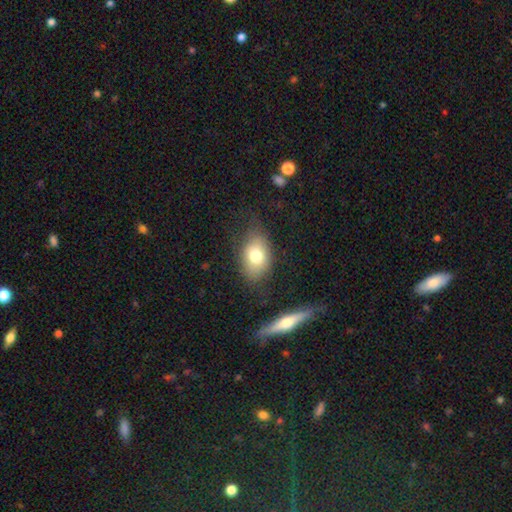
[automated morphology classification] A smooth galaxy with no disk features (73%) that is in between round and cigar-shaped (79%). Merging: none (68%).